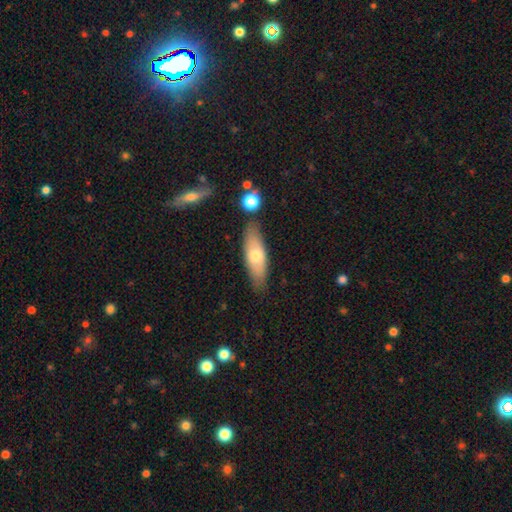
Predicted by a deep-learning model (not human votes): smooth-or-featured: smooth: 61% | featured or disk: 32% | star or artifact: 6%
  how-rounded: in between: 56% | cigar-shaped: 42% | round: 2%
  merging: none: 79% | minor disturbance: 14% | merger: 4% | major disturbance: 3%